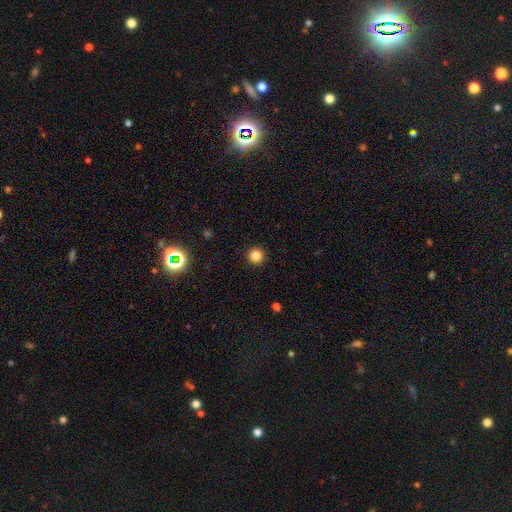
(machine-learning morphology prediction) Q: Smooth or featured?
A: smooth (84%); runner-up: star or artifact (12%)
Q: How rounded?
A: round (96%); runner-up: in between (3%)
Q: Merging?
A: none (93%); runner-up: minor disturbance (4%)